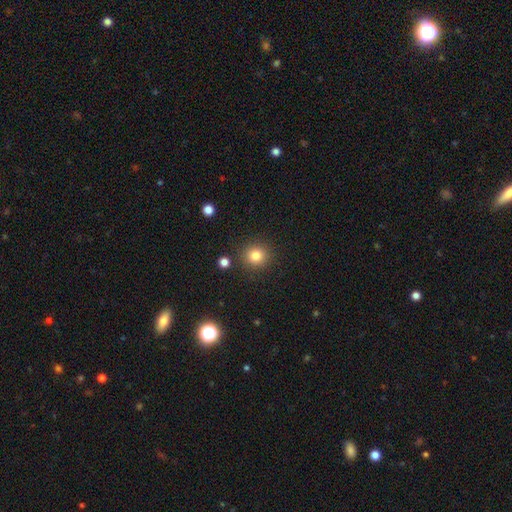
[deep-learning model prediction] A smooth galaxy with no disk features (82%) that is round (91%). Merging: none (88%).